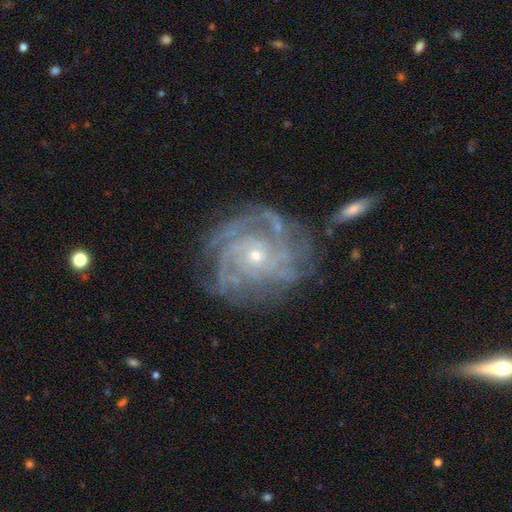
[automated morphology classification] A featured or disk galaxy (88%) with no bar (79%), tight (72%) spiral arms (96%) and a small central bulge (70%).

Vote fractions:
- Smooth or featured? featured or disk: 88% / star or artifact: 7% / smooth: 6%
- Edge-on disk? no: 97% / yes: 3%
- Bar? no: 79% / weak: 16% / strong: 5%
- Spiral arms? yes: 96% / no: 4%
- Spiral winding? tight: 72% / medium: 23% / loose: 5%
- Spiral arm count? can't tell: 27% / 4: 23% / 3: 21% / 2: 12% / more than 4: 10% / 1: 6%
- Bulge size? small: 70% / moderate: 27% / large: 1% / none: 1% / dominant: 1%
- Merging? none: 69% / minor disturbance: 18% / major disturbance: 9% / merger: 4%